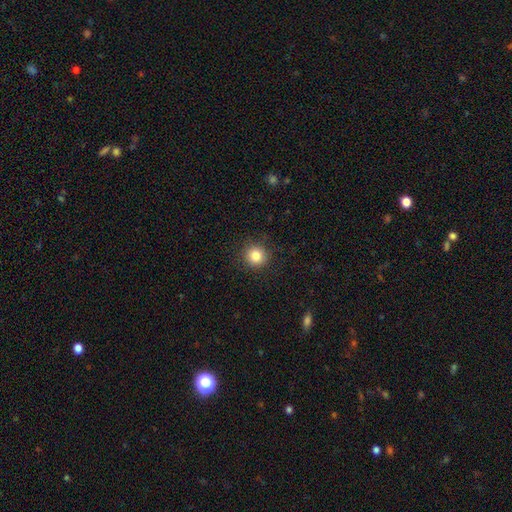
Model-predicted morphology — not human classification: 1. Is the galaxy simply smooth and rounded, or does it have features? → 83% smooth, 11% star or artifact, 6% featured or disk.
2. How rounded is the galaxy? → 92% round, 7% in between, 1% cigar-shaped.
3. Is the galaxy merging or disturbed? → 90% none, 7% minor disturbance, 2% major disturbance, 1% merger.